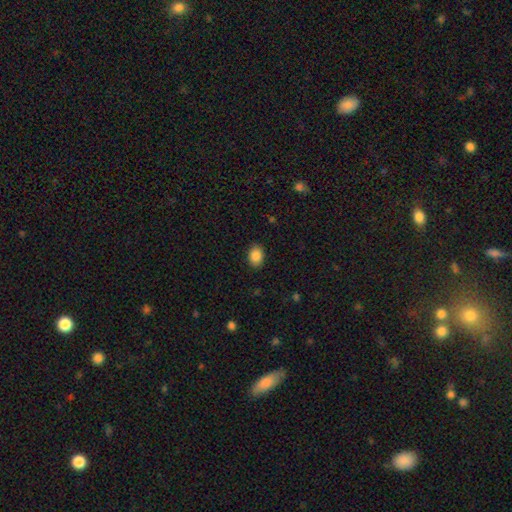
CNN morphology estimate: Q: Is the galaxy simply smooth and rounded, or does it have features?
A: smooth — 88%.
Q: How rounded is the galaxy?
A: in between — 72%.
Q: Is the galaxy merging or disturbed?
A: none — 88%.